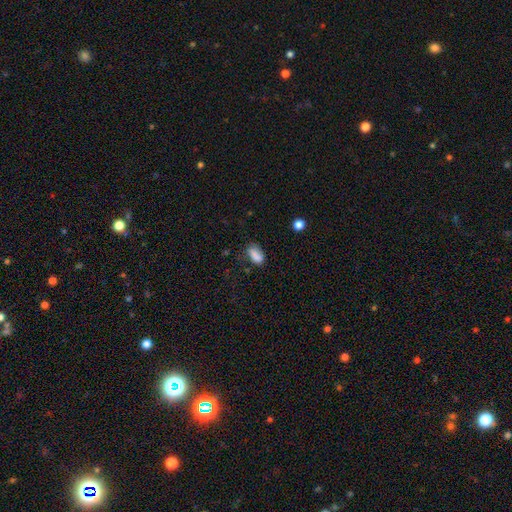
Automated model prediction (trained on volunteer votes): This appears to be a smooth galaxy with no disk features (83%) that is in between round and cigar-shaped (85%). Merging: none (58%).